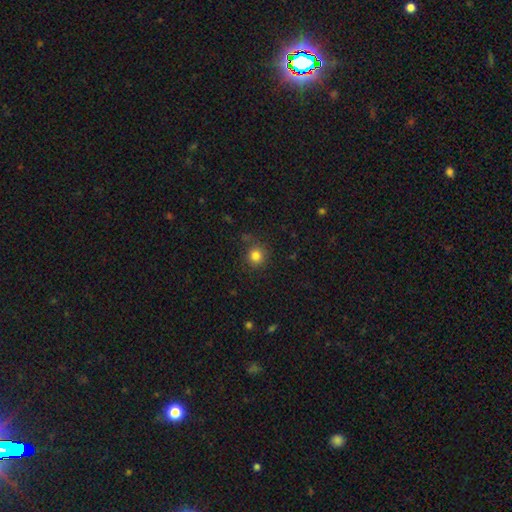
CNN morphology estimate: Overall: smooth (82%). How rounded: round (91%). Merging: none (83%).